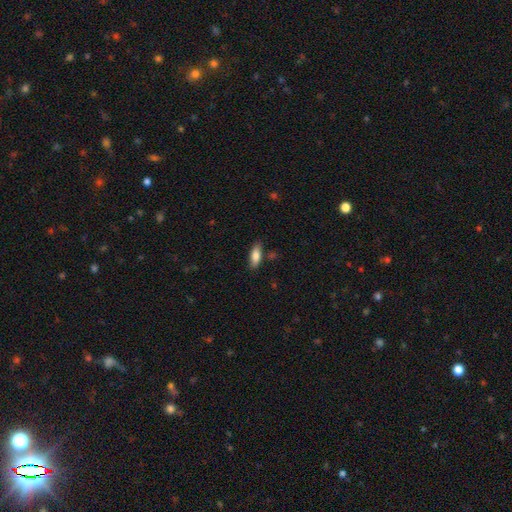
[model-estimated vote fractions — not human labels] Morphology: type=smooth (81%); roundness=in between (67%); merging=none (80%).